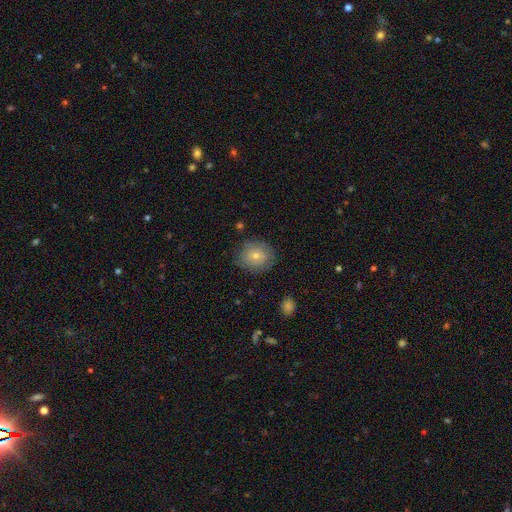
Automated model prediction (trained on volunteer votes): smooth 62%, featured or disk 24%, star or artifact 13%. Down the decision tree: how rounded — round (75%); merging — none (83%).